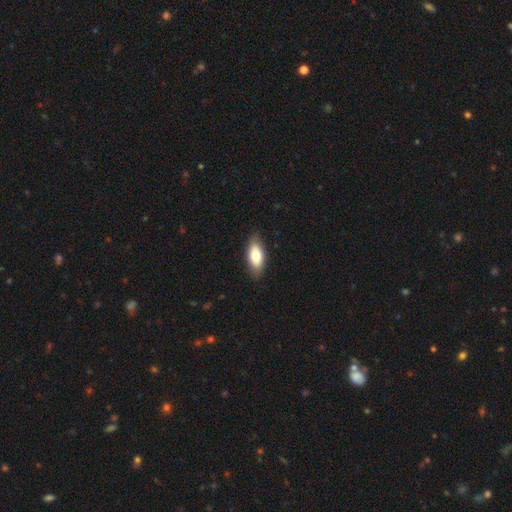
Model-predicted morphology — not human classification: Smooth or featured? Predicted: smooth (p=0.77). How rounded? Predicted: in between (p=0.82). Merging? Predicted: none (p=0.84).